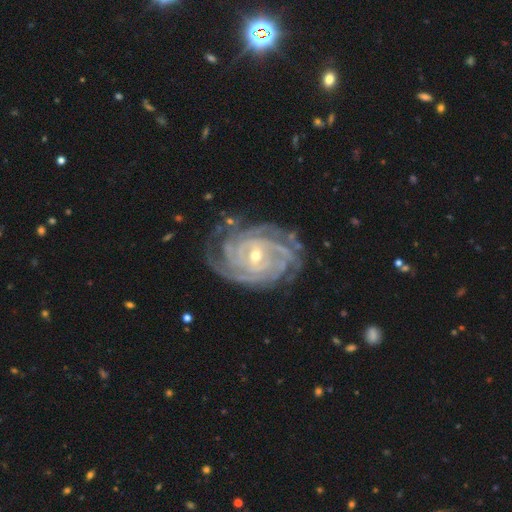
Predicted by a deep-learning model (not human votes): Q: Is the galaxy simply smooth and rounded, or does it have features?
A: featured or disk — 93%.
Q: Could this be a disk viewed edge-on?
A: no — 97%.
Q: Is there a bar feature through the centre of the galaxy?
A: weak — 40%.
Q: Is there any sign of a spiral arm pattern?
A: yes — 99%.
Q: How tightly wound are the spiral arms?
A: tight — 81%.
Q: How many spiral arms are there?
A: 4 — 31%.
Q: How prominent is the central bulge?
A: small — 56%.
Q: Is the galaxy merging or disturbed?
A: none — 76%.